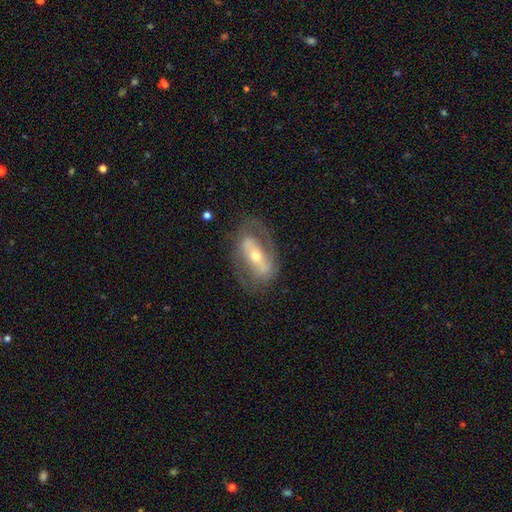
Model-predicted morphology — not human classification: Smooth or featured? featured or disk (76%)
Edge-on disk? no (91%)
Bar? strong (49%)
Spiral arms? yes (72%)
Bulge size? moderate (54%)
Merging? none (70%)